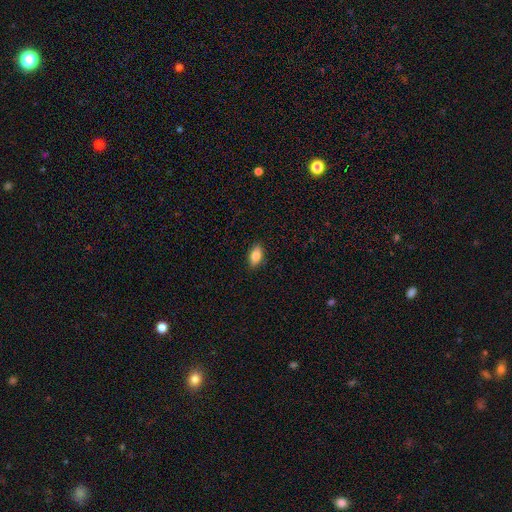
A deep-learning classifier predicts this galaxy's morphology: The model was most divided on "smooth or featured": smooth: 80%, featured or disk: 13%, star or artifact: 7%. More confident: merging — none (89%); how rounded — in between (88%).